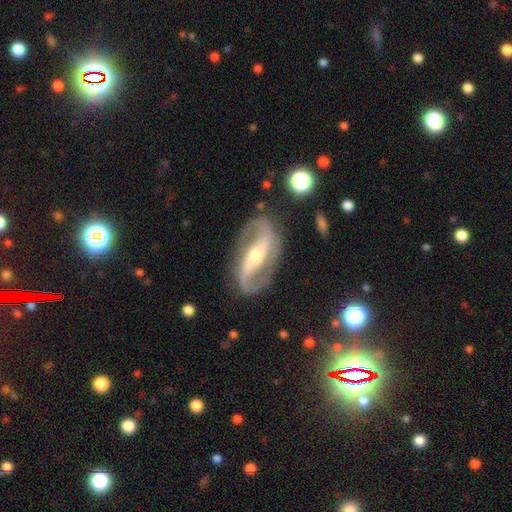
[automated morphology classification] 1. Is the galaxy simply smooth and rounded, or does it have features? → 90% featured or disk, 5% smooth, 4% star or artifact.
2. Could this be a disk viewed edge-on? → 95% no, 5% yes.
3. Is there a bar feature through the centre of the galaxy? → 57% strong, 24% weak, 19% no.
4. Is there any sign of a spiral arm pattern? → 96% yes, 4% no.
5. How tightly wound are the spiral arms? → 45% medium, 40% loose, 15% tight.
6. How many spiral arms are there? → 93% 2, 2% can't tell, 2% 1, 1% 3, 1% 4, 1% more than 4.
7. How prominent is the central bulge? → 56% moderate, 38% small, 4% large, 1% none, 1% dominant.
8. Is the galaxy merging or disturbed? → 82% none, 11% minor disturbance, 5% major disturbance, 2% merger.